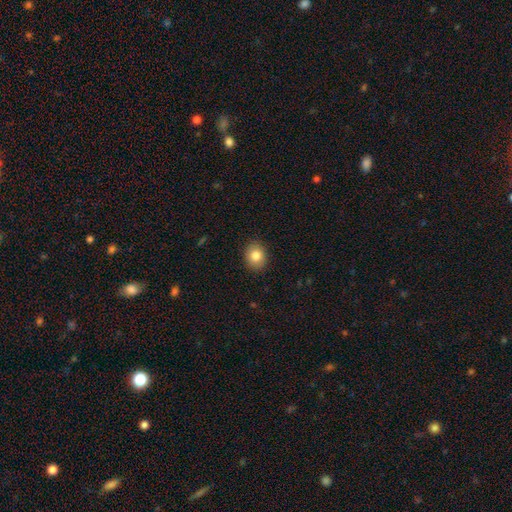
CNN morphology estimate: Q: Smooth or featured?
A: smooth (83%); runner-up: star or artifact (9%)
Q: How rounded?
A: round (55%); runner-up: in between (44%)
Q: Merging?
A: none (90%); runner-up: minor disturbance (7%)